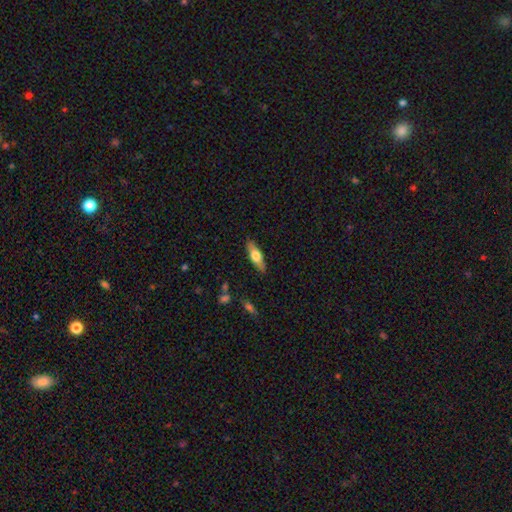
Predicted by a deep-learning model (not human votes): This is possibly a smooth galaxy (59%). How rounded: possibly in between (53%). Merging: clearly none (86%).